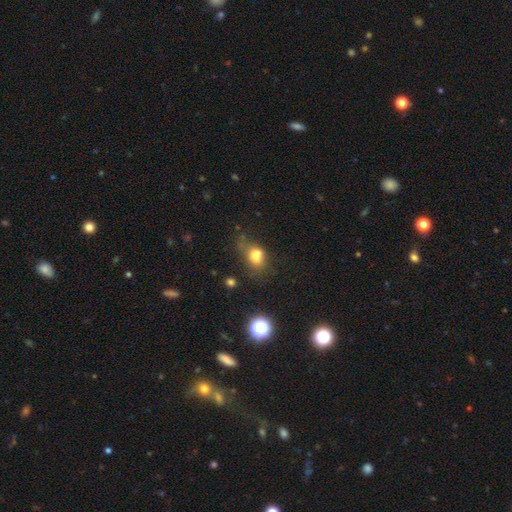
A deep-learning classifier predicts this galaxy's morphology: Smooth or featured? smooth (72%)
How rounded? in between (60%)
Merging? none (36%)